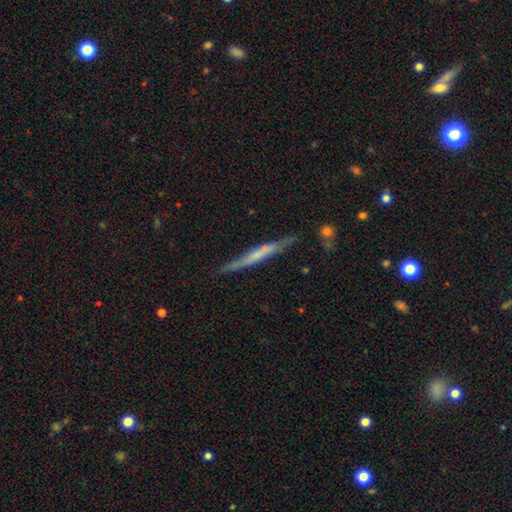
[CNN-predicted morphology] Q: Smooth or featured?
A: featured or disk (61%); runner-up: smooth (31%)
Q: Edge-on disk?
A: yes (96%); runner-up: no (4%)
Q: Edge-on bulge?
A: none (55%); runner-up: rounded (35%)
Q: Merging?
A: none (85%); runner-up: minor disturbance (11%)